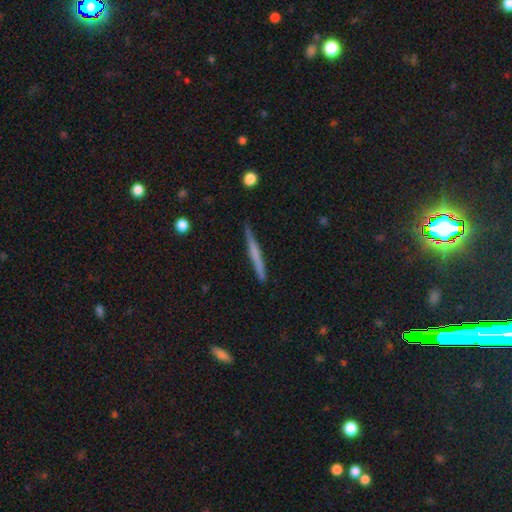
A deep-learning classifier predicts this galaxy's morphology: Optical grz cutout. It shows a smooth galaxy with no disk features (49%). Merging: none (88%).